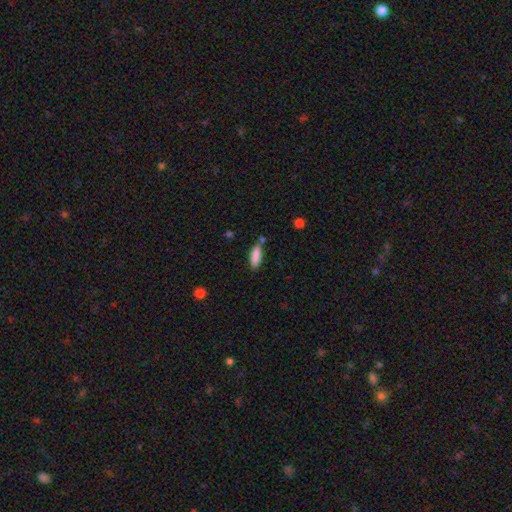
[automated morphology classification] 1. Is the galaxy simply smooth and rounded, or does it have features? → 87% smooth, 7% star or artifact, 6% featured or disk.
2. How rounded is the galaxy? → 59% in between, 40% cigar-shaped, 2% round.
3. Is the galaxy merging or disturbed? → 74% none, 15% minor disturbance, 9% merger, 3% major disturbance.